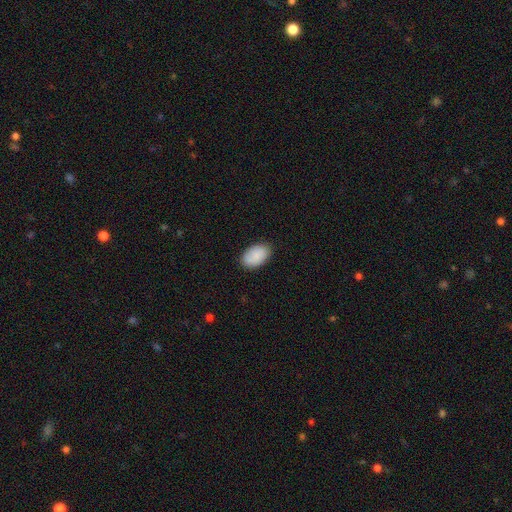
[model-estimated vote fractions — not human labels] Smooth or featured?
  - smooth: 88% *
  - star or artifact: 6%
  - featured or disk: 6%
How rounded?
  - in between: 92% *
  - round: 7%
  - cigar-shaped: 1%
Merging?
  - none: 85% *
  - minor disturbance: 11%
  - major disturbance: 2%
  - merger: 1%